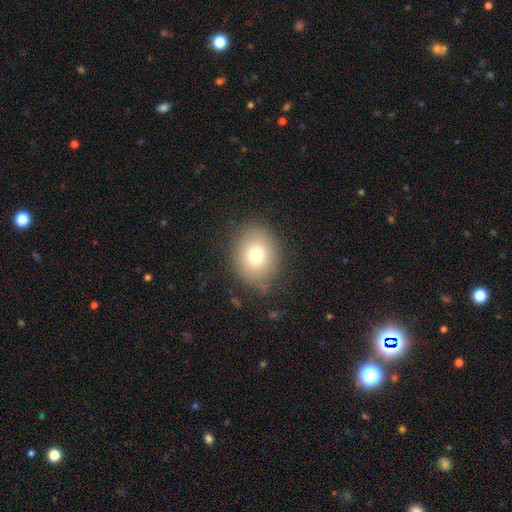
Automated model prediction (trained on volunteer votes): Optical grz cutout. It shows a smooth galaxy with no disk features (74%) that is round (51%). Merging: none (81%).